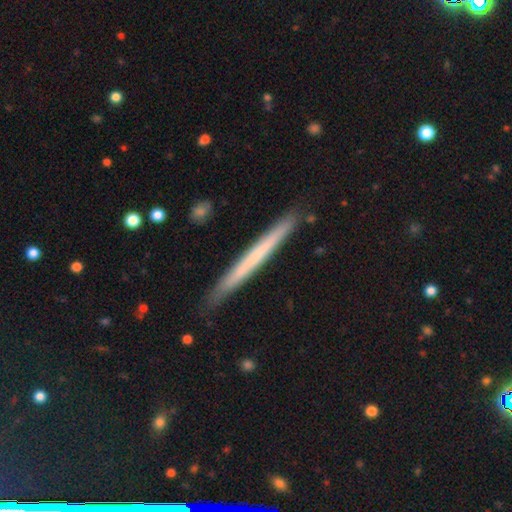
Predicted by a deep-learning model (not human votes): The model was most divided on "smooth or featured": smooth: 54%, featured or disk: 41%, star or artifact: 5%. More confident: how rounded — cigar-shaped (97%); merging — none (89%).